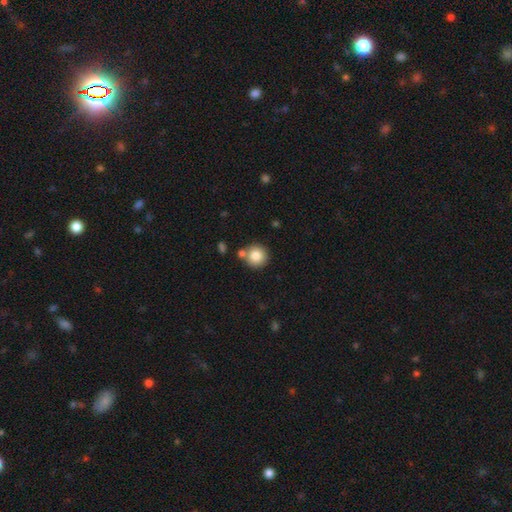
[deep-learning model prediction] This appears to be a smooth galaxy with no disk features (83%) that is round (94%). Merging: none (74%).